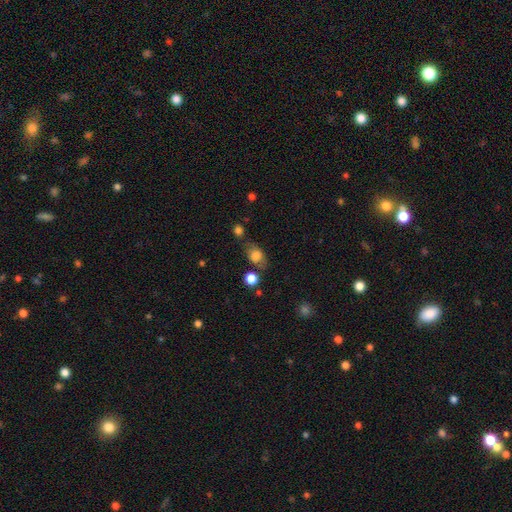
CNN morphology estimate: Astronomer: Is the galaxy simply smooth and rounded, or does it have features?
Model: smooth — 70%.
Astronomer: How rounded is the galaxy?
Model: in between — 75%.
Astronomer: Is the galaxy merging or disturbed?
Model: none — 62%.